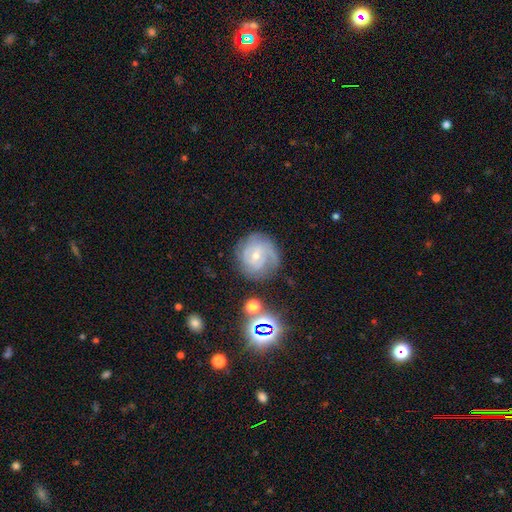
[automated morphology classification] Smooth or featured? featured or disk (70%)
Edge-on disk? no (97%)
Bar? no (54%)
Spiral arms? yes (90%)
Spiral winding? tight (55%)
Spiral arm count? can't tell (35%)
Bulge size? small (60%)
Merging? none (64%)